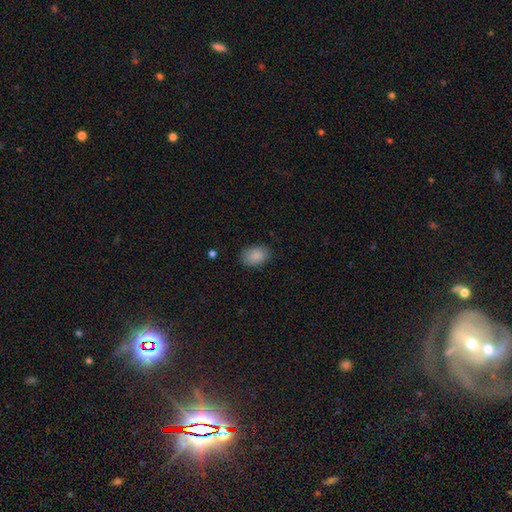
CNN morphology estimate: Smooth or featured? smooth (88%)
How rounded? in between (84%)
Merging? none (85%)